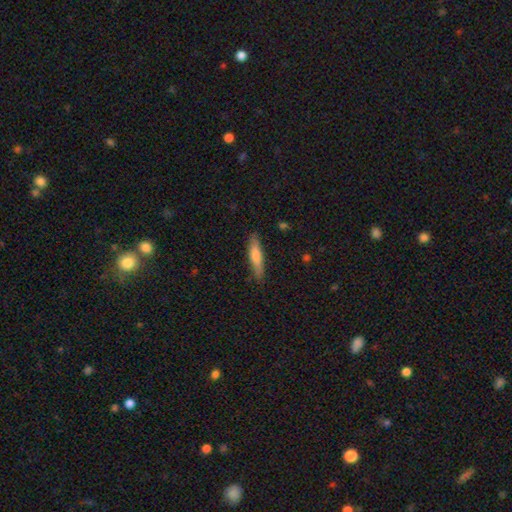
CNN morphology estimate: This is likely a smooth galaxy (64%). How rounded: clearly cigar-shaped (83%). Merging: clearly none (86%).